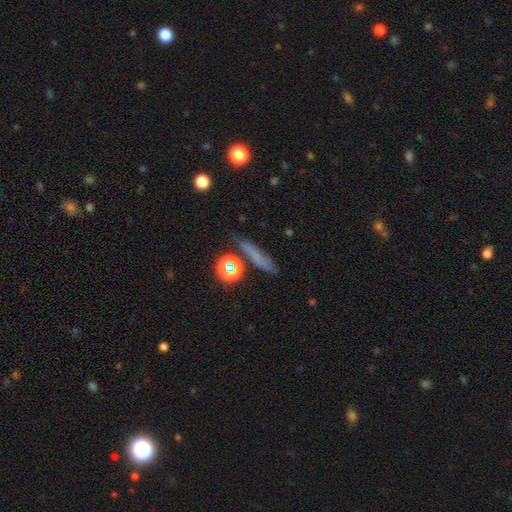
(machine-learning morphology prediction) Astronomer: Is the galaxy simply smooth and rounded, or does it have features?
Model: smooth — 57%.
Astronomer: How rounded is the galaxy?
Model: cigar-shaped — 66%.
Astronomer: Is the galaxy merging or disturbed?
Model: none — 74%.